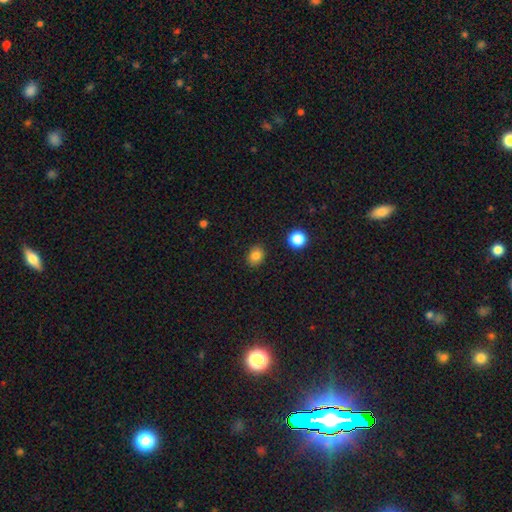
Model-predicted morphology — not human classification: A smooth galaxy with no disk features (84%) that is in between round and cigar-shaped (52%). Merging: none (88%).